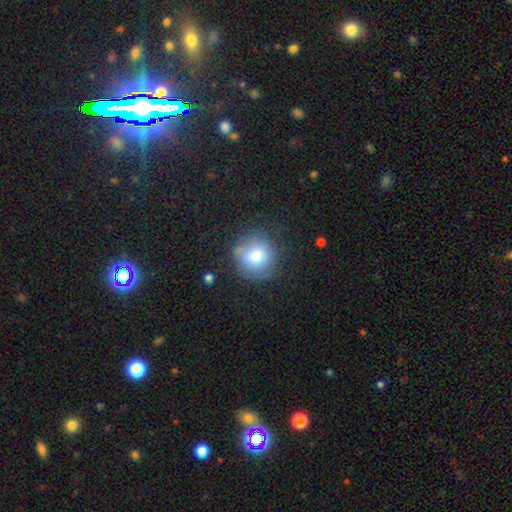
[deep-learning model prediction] Smooth or featured?
  - smooth: 74% *
  - featured or disk: 16%
  - star or artifact: 10%
How rounded?
  - round: 91% *
  - in between: 8%
  - cigar-shaped: 1%
Merging?
  - none: 72% *
  - minor disturbance: 18%
  - major disturbance: 6%
  - merger: 3%